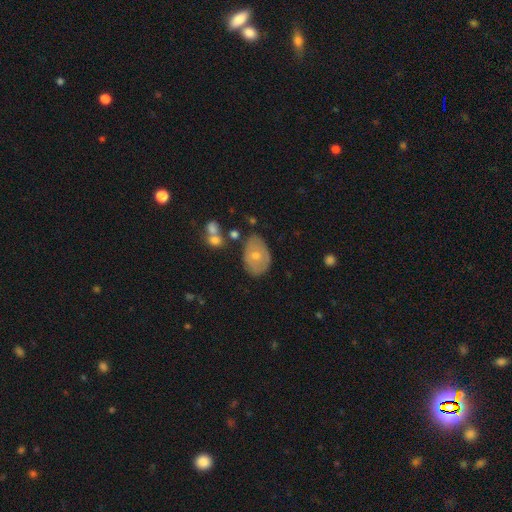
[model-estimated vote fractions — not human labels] A smooth galaxy with no disk features (55%) that is in between round and cigar-shaped (82%).

Vote fractions:
- Smooth or featured? smooth: 55% / featured or disk: 38% / star or artifact: 7%
- How rounded? in between: 82% / round: 17% / cigar-shaped: 1%
- Merging? none: 65% / minor disturbance: 24% / major disturbance: 6% / merger: 5%